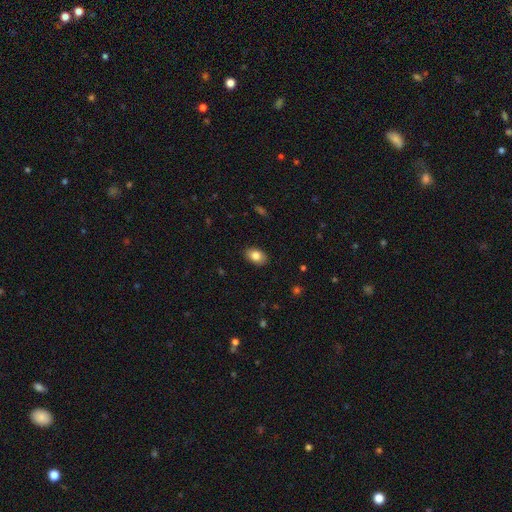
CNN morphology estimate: type=smooth (83%); roundness=in between (88%); merging=none (88%).